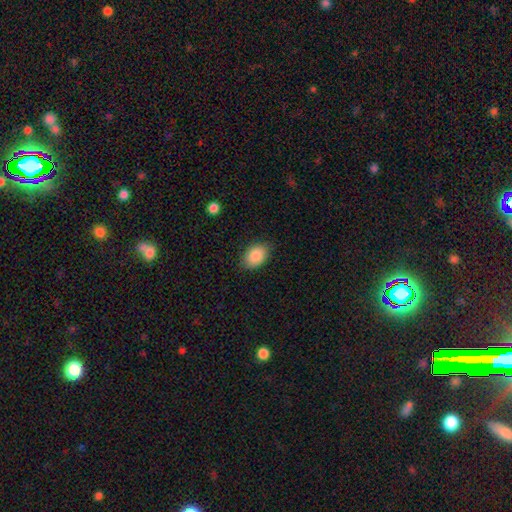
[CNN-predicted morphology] The model was most divided on "how rounded": in between: 81%, round: 18%, cigar-shaped: 1%. More confident: smooth or featured — smooth (86%); merging — none (83%).